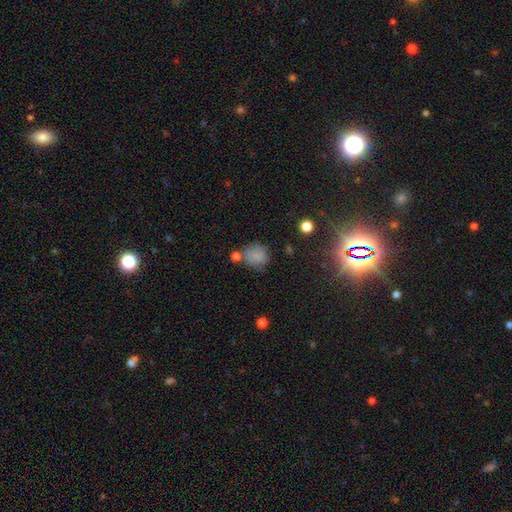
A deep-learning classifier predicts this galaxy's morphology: Smooth or featured? Predicted: smooth (p=0.79). How rounded? Predicted: round (p=0.75). Merging? Predicted: none (p=0.58).